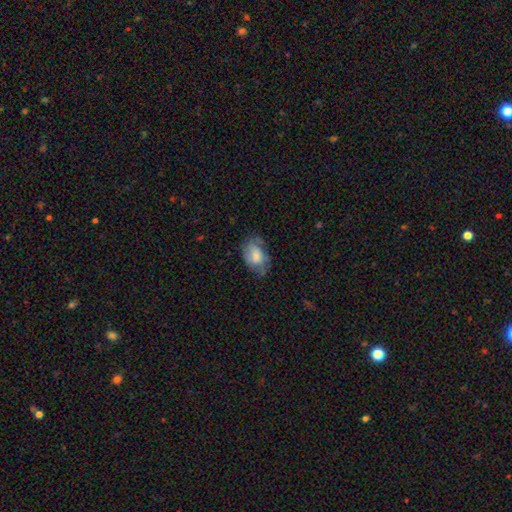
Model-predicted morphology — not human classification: A smooth galaxy with no disk features (61%) that is in between round and cigar-shaped (88%).

Vote fractions:
- Smooth or featured? smooth: 61% / featured or disk: 31% / star or artifact: 7%
- How rounded? in between: 88% / round: 10% / cigar-shaped: 2%
- Merging? none: 53% / minor disturbance: 31% / major disturbance: 14% / merger: 2%